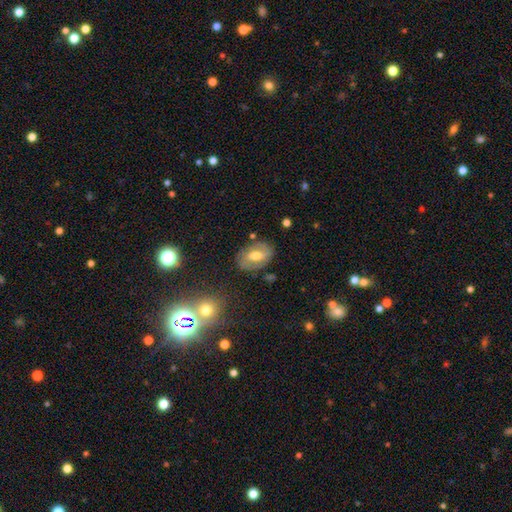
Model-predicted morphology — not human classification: This appears to be a featured or disk galaxy (55%) with a weak bar (42%), spiral arms (53%) and a moderate central bulge (69%). Merging: none (76%).